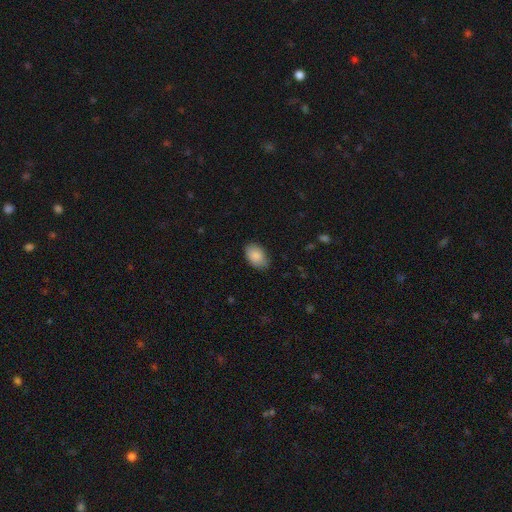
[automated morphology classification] smooth-or-featured: smooth: 88% | star or artifact: 7% | featured or disk: 5%
  how-rounded: in between: 88% | round: 11% | cigar-shaped: 1%
  merging: none: 80% | minor disturbance: 16% | major disturbance: 3% | merger: 1%